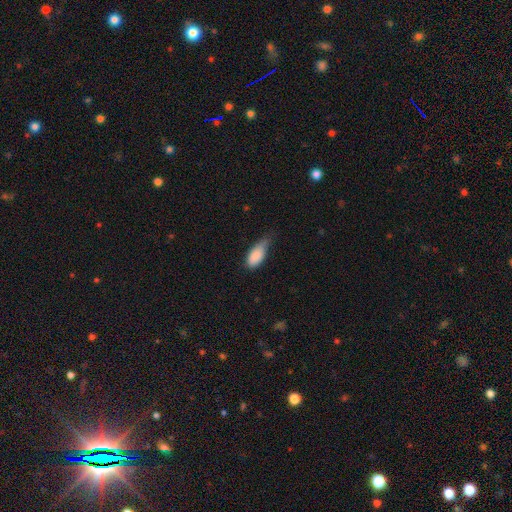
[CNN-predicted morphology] A smooth galaxy with no disk features (86%) that is in between round and cigar-shaped (87%). Merging: minor disturbance (53%).